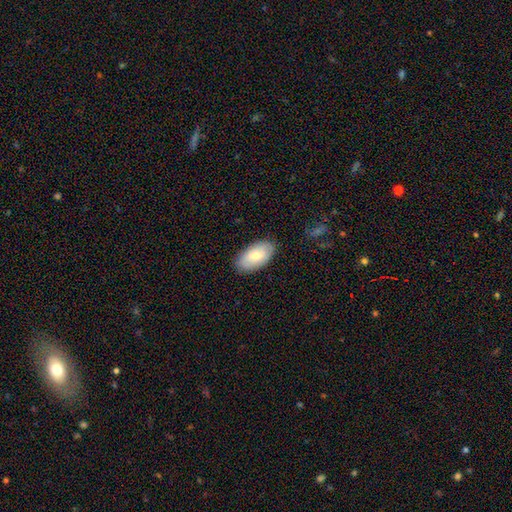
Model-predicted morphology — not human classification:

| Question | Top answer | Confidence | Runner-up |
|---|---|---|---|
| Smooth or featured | smooth | 74% | featured or disk (20%) |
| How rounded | in between | 95% | round (3%) |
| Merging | none | 85% | minor disturbance (12%) |